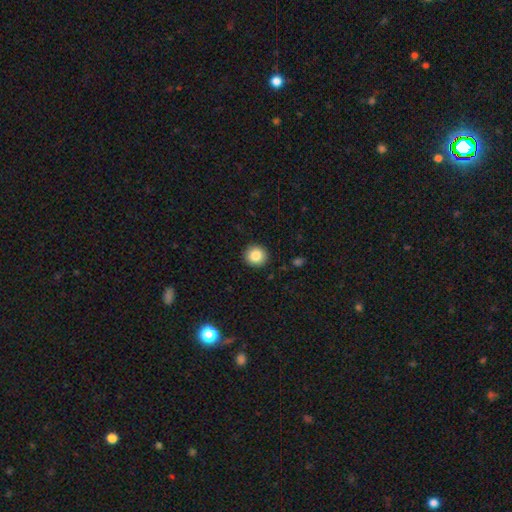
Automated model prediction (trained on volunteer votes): Smooth or featured?
  - smooth: 86% *
  - star or artifact: 9%
  - featured or disk: 5%
How rounded?
  - round: 91% *
  - in between: 8%
  - cigar-shaped: 1%
Merging?
  - none: 92% *
  - minor disturbance: 6%
  - major disturbance: 2%
  - merger: 1%